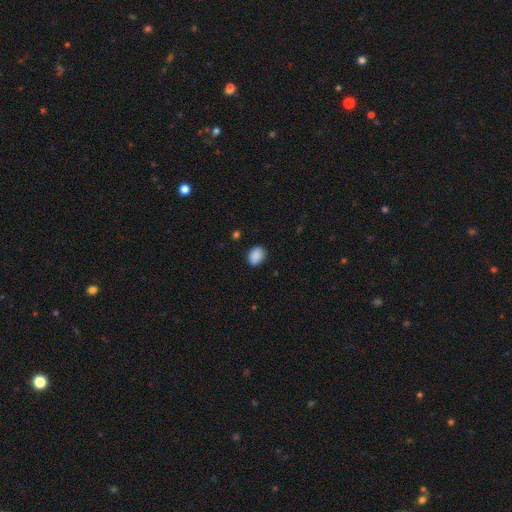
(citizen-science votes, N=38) Morphology: type=smooth (100%); roundness=in between (66%); merging=none (79%).